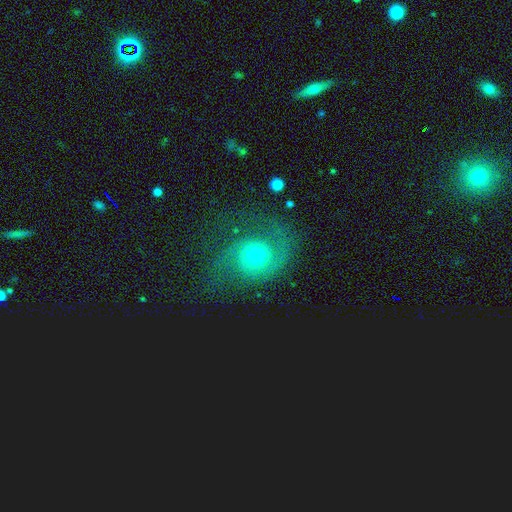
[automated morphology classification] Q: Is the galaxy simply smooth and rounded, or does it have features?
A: featured or disk — 74%.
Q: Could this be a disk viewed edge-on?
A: no — 97%.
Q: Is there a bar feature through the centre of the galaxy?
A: no — 78%.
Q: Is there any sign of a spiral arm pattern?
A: yes — 94%.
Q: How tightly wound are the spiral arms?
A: medium — 47%.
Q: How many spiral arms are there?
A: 2 — 81%.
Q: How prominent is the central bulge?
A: moderate — 46%, tied with small.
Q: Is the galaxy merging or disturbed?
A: none — 67%.